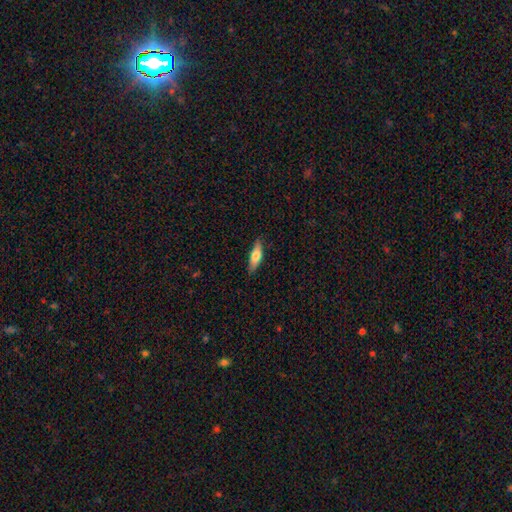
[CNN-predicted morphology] Q: Smooth or featured?
A: smooth (65%); runner-up: featured or disk (29%)
Q: How rounded?
A: cigar-shaped (52%); runner-up: in between (45%)
Q: Merging?
A: none (86%); runner-up: minor disturbance (11%)